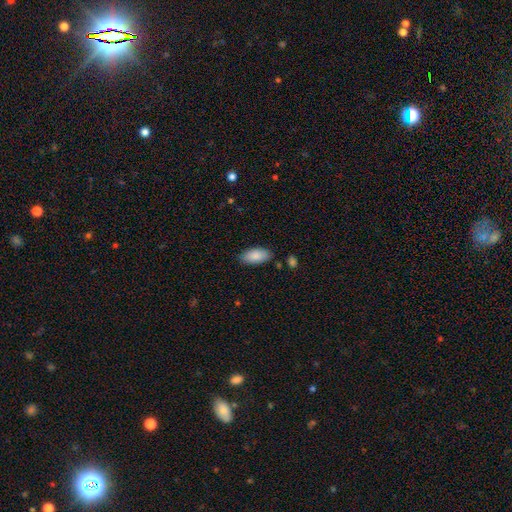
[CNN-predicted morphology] This appears to be a smooth galaxy with no disk features (88%) that is in between round and cigar-shaped (92%). Merging: none (84%).